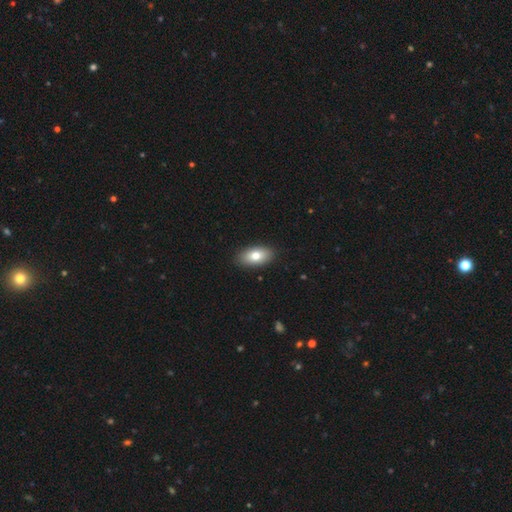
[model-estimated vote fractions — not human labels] Smooth or featured: smooth — 77% (featured or disk — 16%)
How rounded: in between — 92% (round — 4%)
Merging: none — 89% (minor disturbance — 8%)